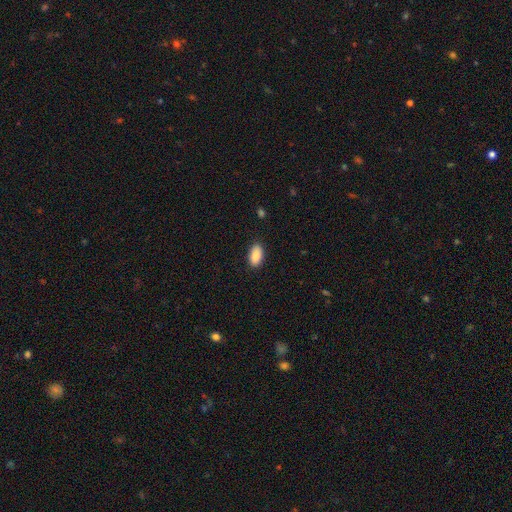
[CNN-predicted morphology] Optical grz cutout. It shows a smooth galaxy with no disk features (89%) that is in between round and cigar-shaped (94%). Merging: none (87%).